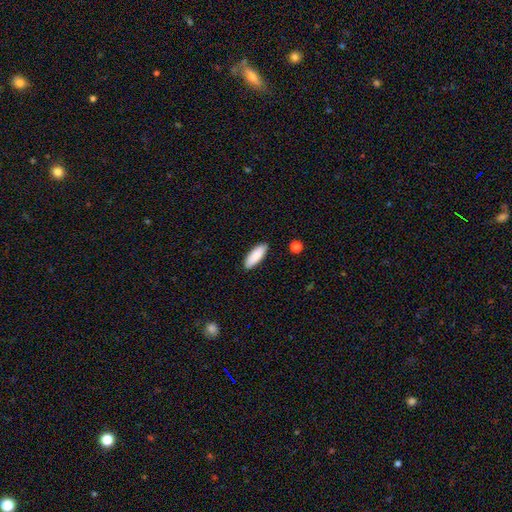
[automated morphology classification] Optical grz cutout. It shows a smooth galaxy with no disk features (89%) that is in between round and cigar-shaped (66%). Merging: none (89%).